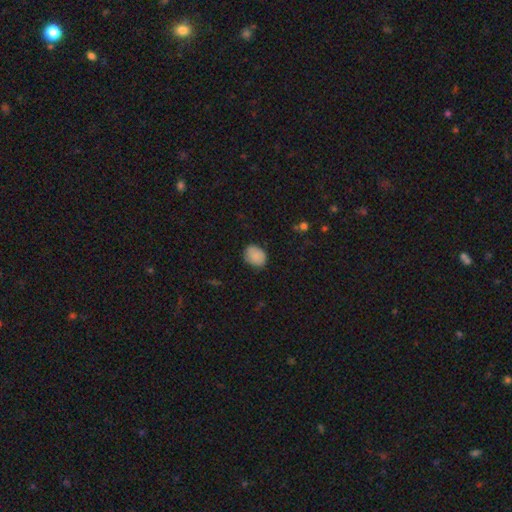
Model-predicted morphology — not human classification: The model was most divided on "how rounded": in between: 55%, round: 44%, cigar-shaped: 1%. More confident: smooth or featured — smooth (85%); merging — none (80%).